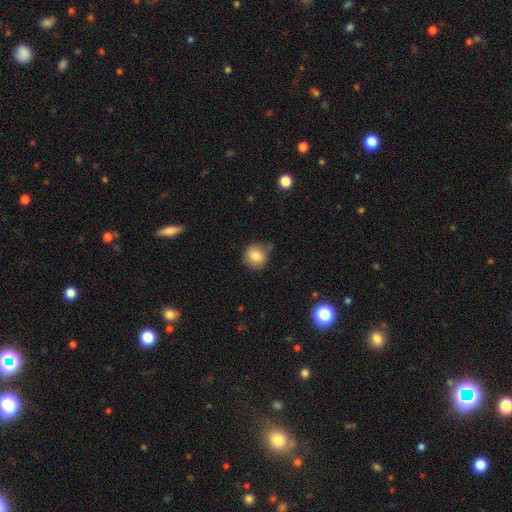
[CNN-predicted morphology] Smooth or featured? Predicted: smooth (p=0.82). How rounded? Predicted: round (p=0.90). Merging? Predicted: none (p=0.71).